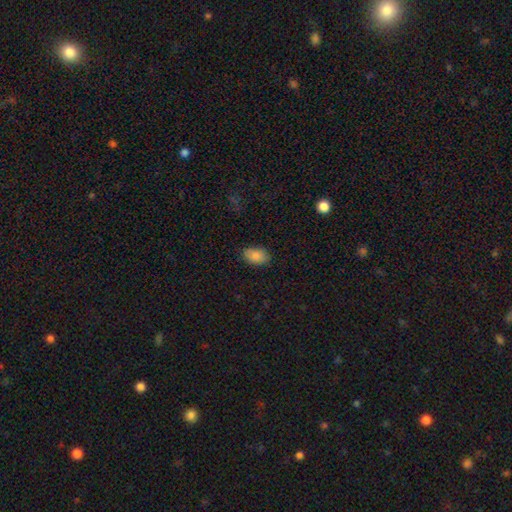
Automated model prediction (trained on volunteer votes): Overall: smooth (88%). How rounded: in between (89%). Merging: none (84%).